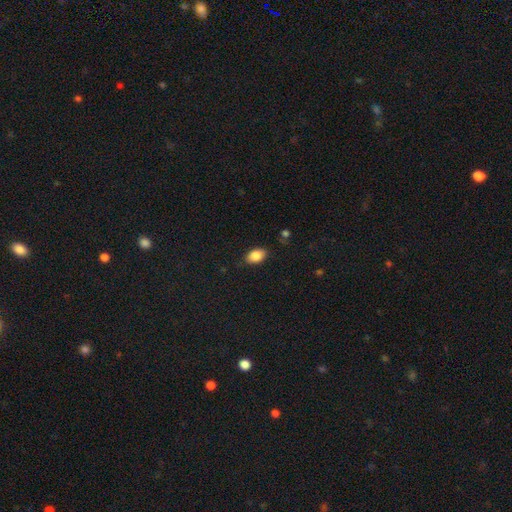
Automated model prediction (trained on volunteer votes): Smooth or featured? smooth (85%)
How rounded? in between (88%)
Merging? none (84%)